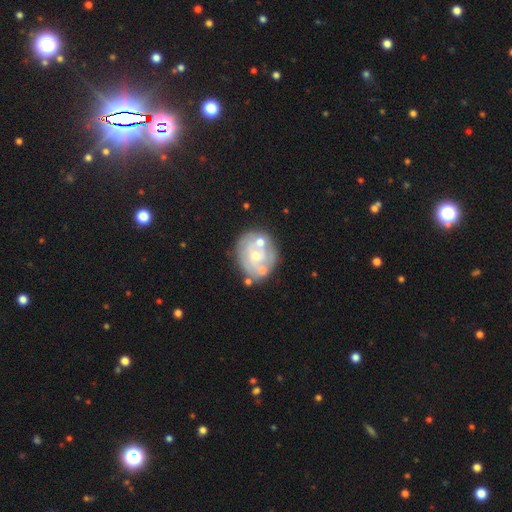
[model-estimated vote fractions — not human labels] Q: Smooth or featured?
A: featured or disk (65%); runner-up: smooth (28%)
Q: Edge-on disk?
A: no (98%); runner-up: yes (2%)
Q: Bar?
A: no (84%); runner-up: weak (13%)
Q: Spiral arms?
A: no (55%); runner-up: yes (45%)
Q: Bulge size?
A: small (54%); runner-up: moderate (40%)
Q: Merging?
A: none (57%); runner-up: merger (18%)